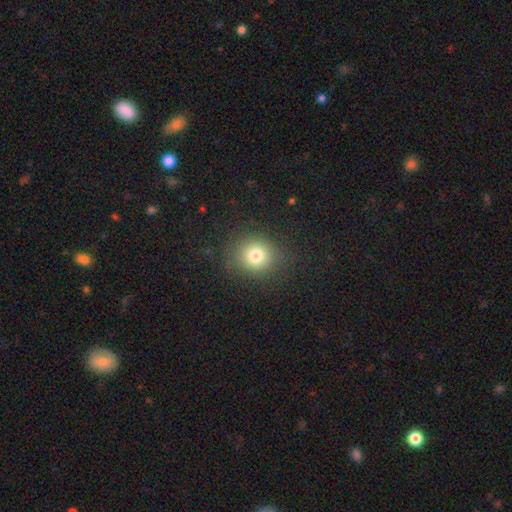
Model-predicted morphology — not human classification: Q: Smooth or featured?
A: smooth (78%); runner-up: star or artifact (13%)
Q: How rounded?
A: round (83%); runner-up: in between (16%)
Q: Merging?
A: none (86%); runner-up: minor disturbance (9%)